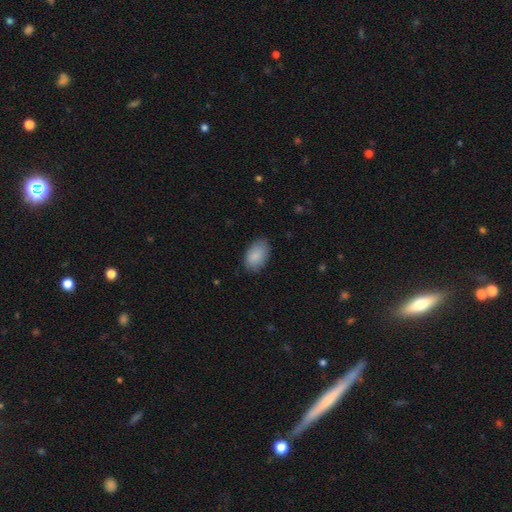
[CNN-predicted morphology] A smooth galaxy with no disk features (89%) that is in between round and cigar-shaped (93%). Merging: none (81%).